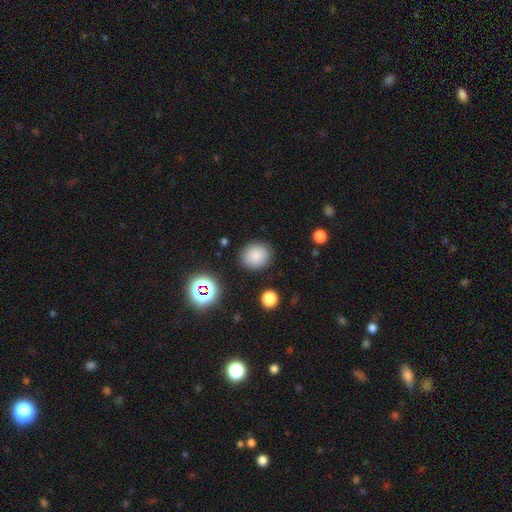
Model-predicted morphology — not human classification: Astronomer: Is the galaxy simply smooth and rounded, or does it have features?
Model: smooth — 83%.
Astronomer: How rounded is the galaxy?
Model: round — 75%.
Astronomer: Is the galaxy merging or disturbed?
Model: none — 87%.